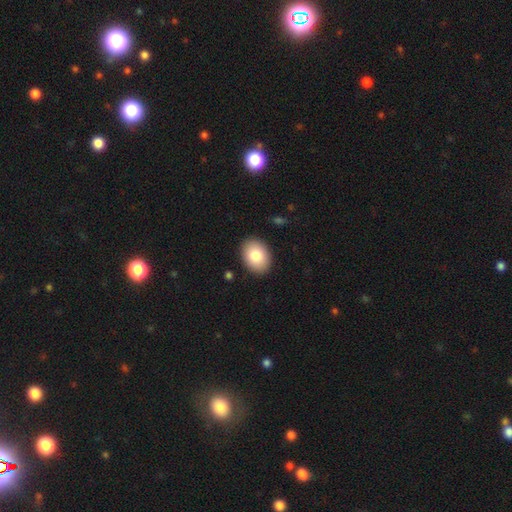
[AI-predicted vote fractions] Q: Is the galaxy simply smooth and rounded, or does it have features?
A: smooth — 82%.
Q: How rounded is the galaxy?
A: in between — 73%.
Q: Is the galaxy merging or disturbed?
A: none — 90%.